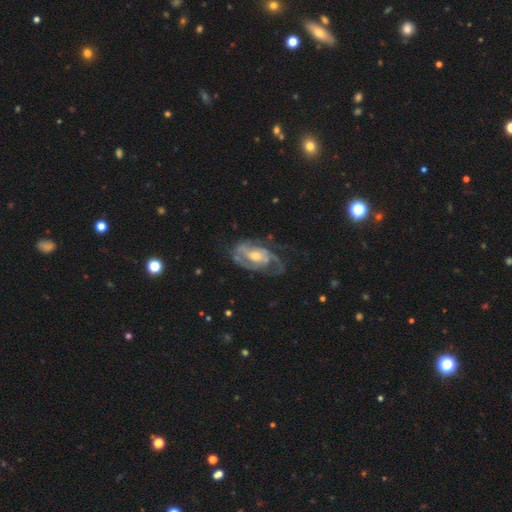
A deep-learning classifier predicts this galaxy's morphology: Smooth or featured? Predicted: featured or disk (p=0.86). Edge-on disk? Predicted: no (p=0.96). Bar? Predicted: no (p=0.53). Spiral arms? Predicted: yes (p=0.93). Spiral winding? Predicted: medium (p=0.43, tied with tight). Spiral arm count? Predicted: 2 (p=0.42). Bulge size? Predicted: moderate (p=0.60). Merging? Predicted: none (p=0.59).